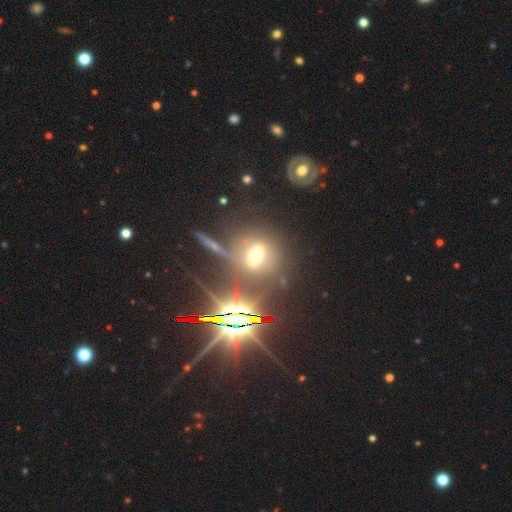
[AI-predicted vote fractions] Smooth or featured?
  - smooth: 41% *
  - star or artifact: 35%
  - featured or disk: 25%
Merging?
  - none: 65% *
  - minor disturbance: 14%
  - merger: 11%
  - major disturbance: 10%